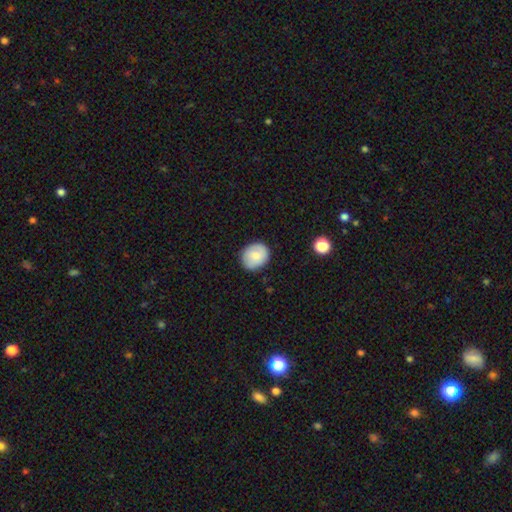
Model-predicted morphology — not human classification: The model was most divided on "how rounded": round: 69%, in between: 31%, cigar-shaped: 1%. More confident: merging — none (85%); smooth or featured — smooth (75%).